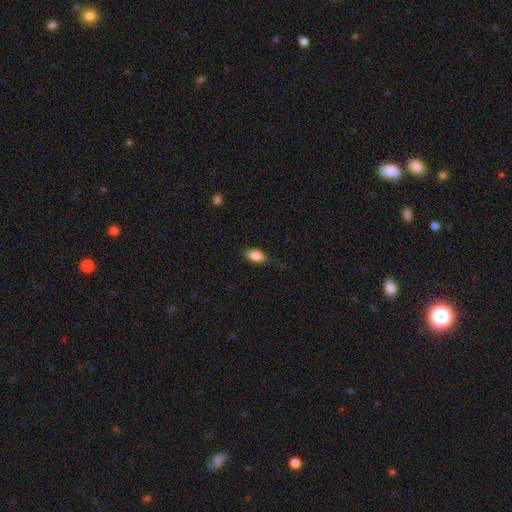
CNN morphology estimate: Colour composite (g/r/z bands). It shows a smooth galaxy with no disk features (85%) that is in between round and cigar-shaped (89%). Merging: none (77%).